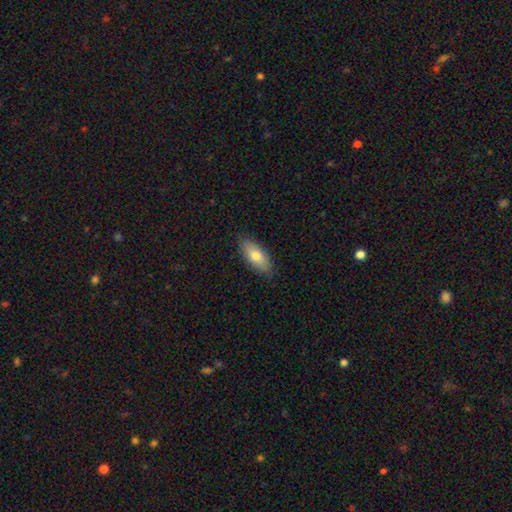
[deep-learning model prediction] smooth-or-featured: smooth: 74% | featured or disk: 20% | star or artifact: 6%
  how-rounded: in between: 81% | cigar-shaped: 16% | round: 3%
  merging: none: 86% | minor disturbance: 11% | major disturbance: 2% | merger: 1%